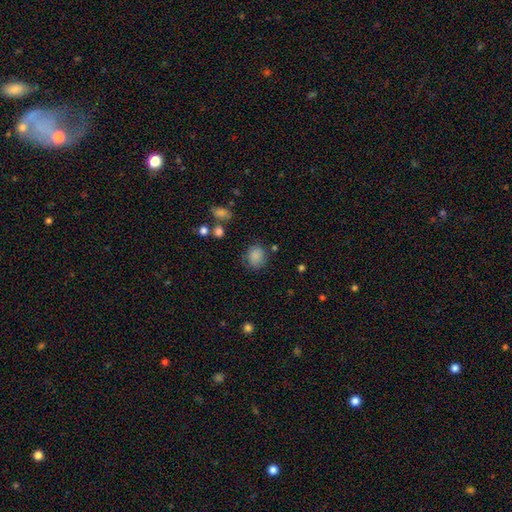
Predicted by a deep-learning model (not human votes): Smooth or featured? smooth (85%)
How rounded? round (71%)
Merging? none (72%)